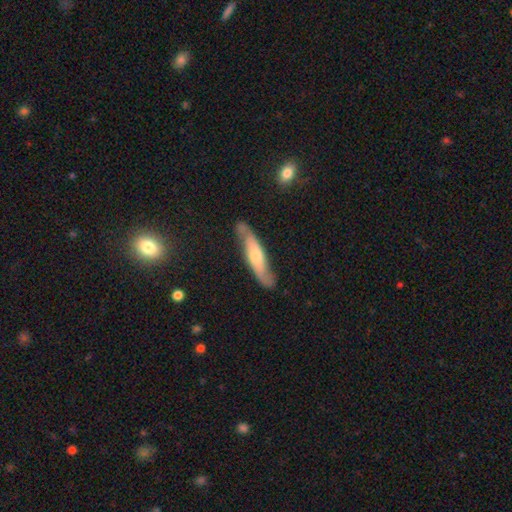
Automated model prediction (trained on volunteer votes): Q: Smooth or featured?
A: featured or disk (58%); runner-up: smooth (36%)
Q: Edge-on disk?
A: yes (53%); runner-up: no (47%)
Q: Merging?
A: none (75%); runner-up: minor disturbance (18%)